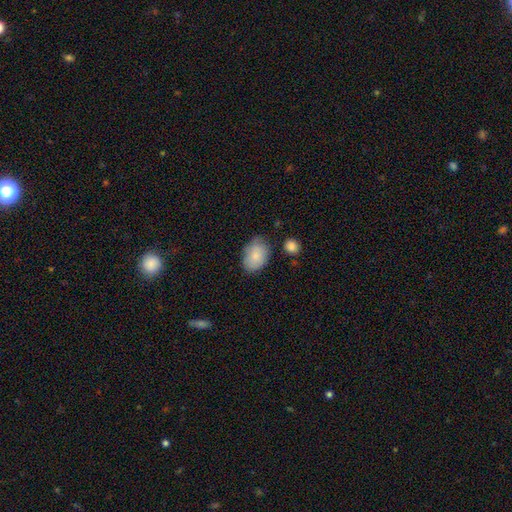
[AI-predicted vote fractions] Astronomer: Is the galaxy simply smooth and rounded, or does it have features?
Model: smooth — 84%.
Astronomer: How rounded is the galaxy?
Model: in between — 81%.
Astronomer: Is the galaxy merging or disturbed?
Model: none — 66%.